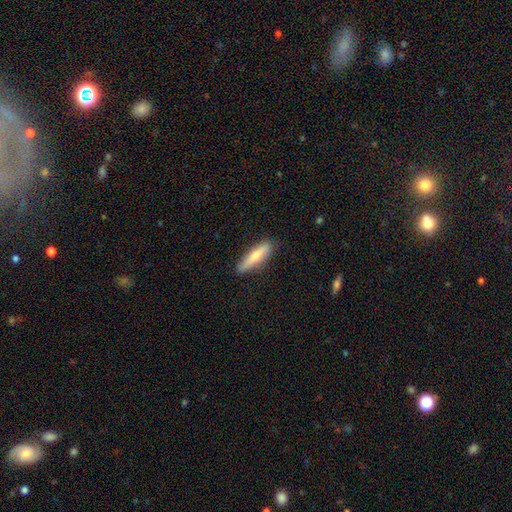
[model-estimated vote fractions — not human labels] Smooth or featured: smooth — 65% (featured or disk — 29%)
How rounded: cigar-shaped — 72% (in between — 26%)
Merging: none — 85% (minor disturbance — 12%)